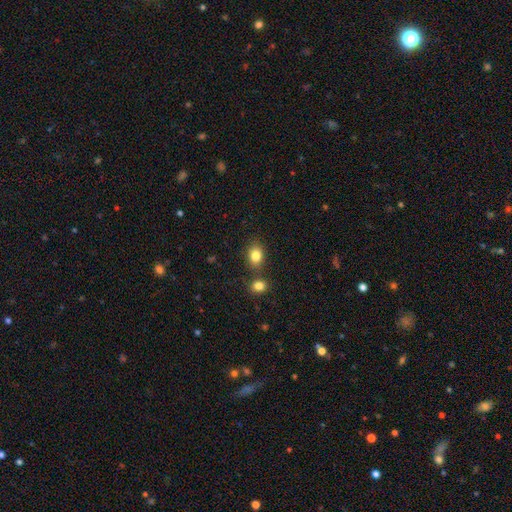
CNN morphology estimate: Smooth or featured?
  - smooth: 83% *
  - star or artifact: 10%
  - featured or disk: 7%
How rounded?
  - in between: 66% *
  - round: 33%
  - cigar-shaped: 1%
Merging?
  - none: 71% *
  - merger: 15%
  - minor disturbance: 11%
  - major disturbance: 3%